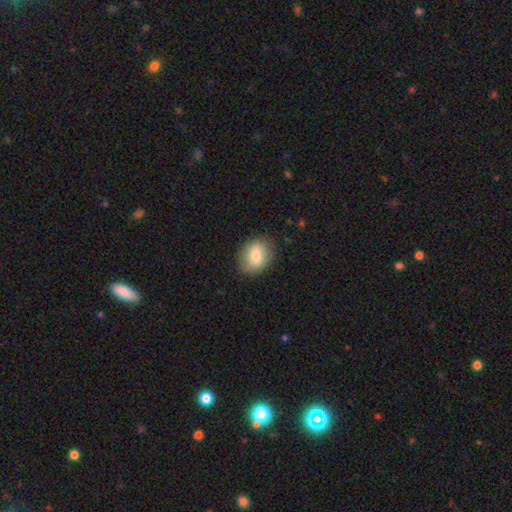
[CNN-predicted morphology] This appears to be a smooth galaxy with no disk features (78%) that is in between round and cigar-shaped (58%). Merging: none (84%).